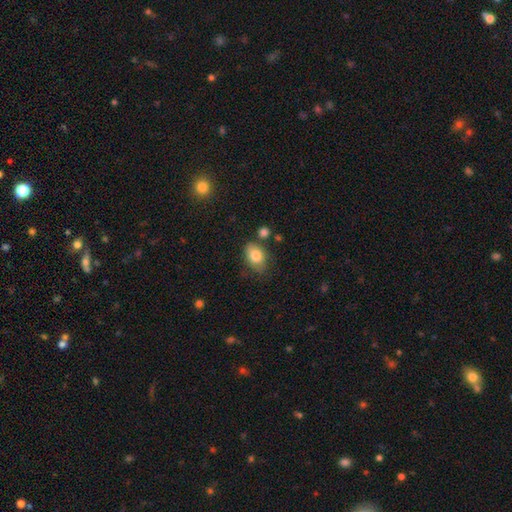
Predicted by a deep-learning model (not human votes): Smooth or featured?
  - smooth: 82% *
  - featured or disk: 10%
  - star or artifact: 8%
How rounded?
  - in between: 82% *
  - round: 16%
  - cigar-shaped: 1%
Merging?
  - none: 68% *
  - minor disturbance: 21%
  - merger: 6%
  - major disturbance: 5%